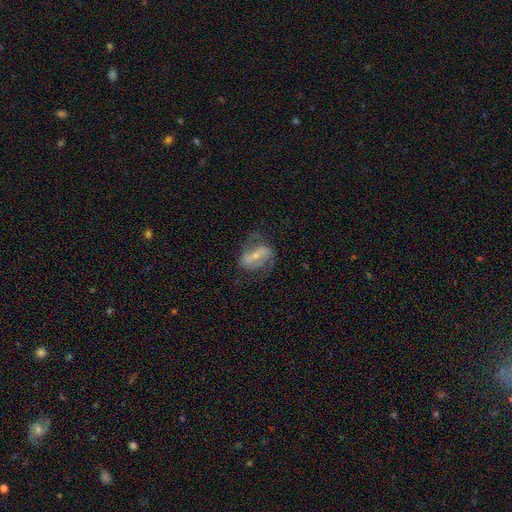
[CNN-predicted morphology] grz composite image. It shows a featured or disk galaxy (68%) with a strong bar (49%), spiral arms (76%) and a small central bulge (56%). Merging: none (61%).